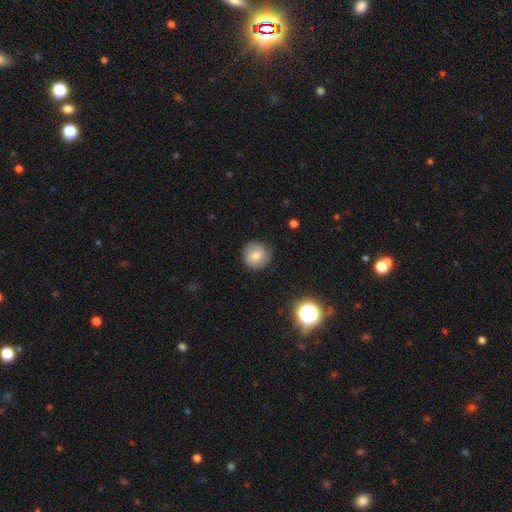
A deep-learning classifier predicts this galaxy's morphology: Overall: smooth (77%). How rounded: round (93%). Merging: none (83%).